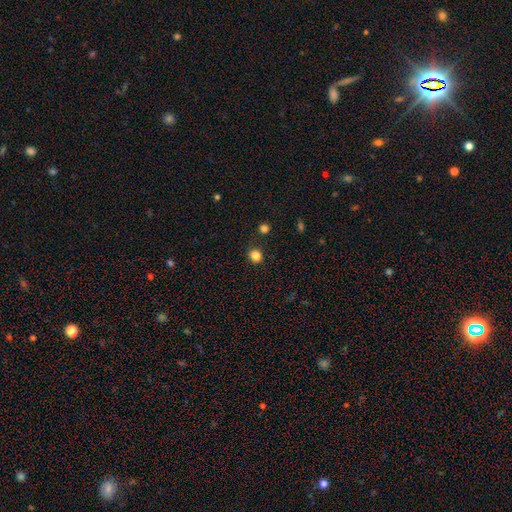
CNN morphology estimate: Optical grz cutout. It shows a smooth galaxy with no disk features (84%) that is round (72%). Merging: none (84%).